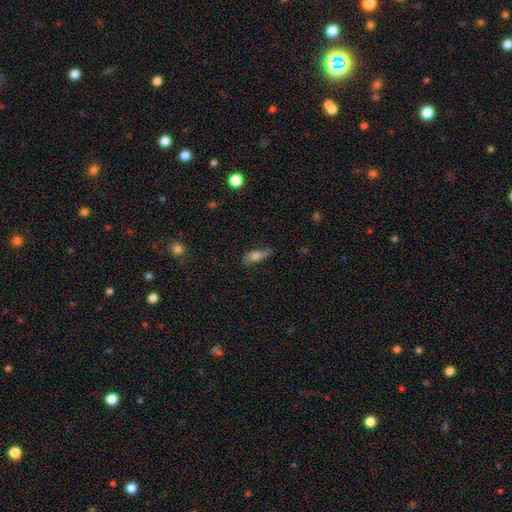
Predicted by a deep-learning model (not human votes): This is likely a smooth galaxy (62%). How rounded: possibly in between (59%). Merging: likely none (65%).